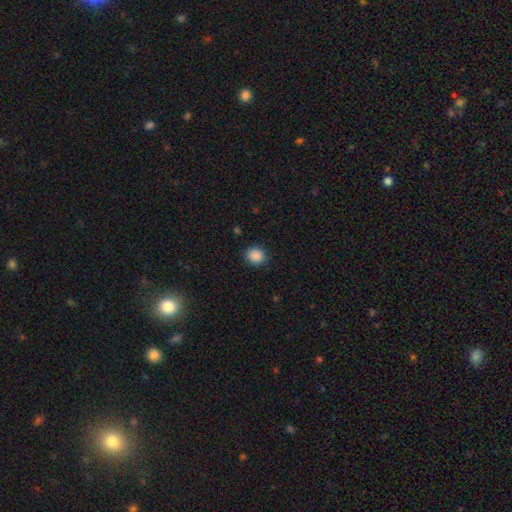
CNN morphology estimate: The model was most divided on "how rounded": round: 70%, in between: 29%, cigar-shaped: 1%. More confident: smooth or featured — smooth (88%); merging — none (87%).